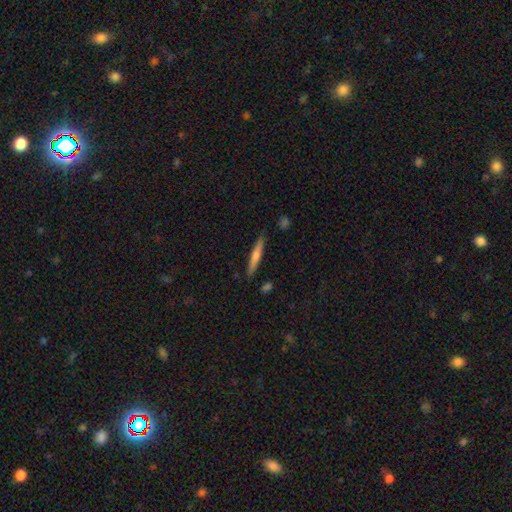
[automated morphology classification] This is possibly a smooth galaxy (58%). How rounded: clearly cigar-shaped (94%). Merging: clearly none (88%).